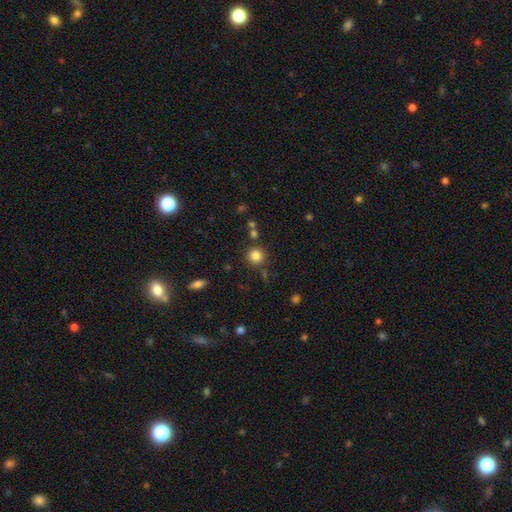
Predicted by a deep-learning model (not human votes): A smooth galaxy with no disk features (83%) that is round (93%).

Vote fractions:
- Smooth or featured? smooth: 83% / star or artifact: 12% / featured or disk: 5%
- How rounded? round: 93% / in between: 6% / cigar-shaped: 1%
- Merging? none: 84% / minor disturbance: 7% / merger: 5% / major disturbance: 3%